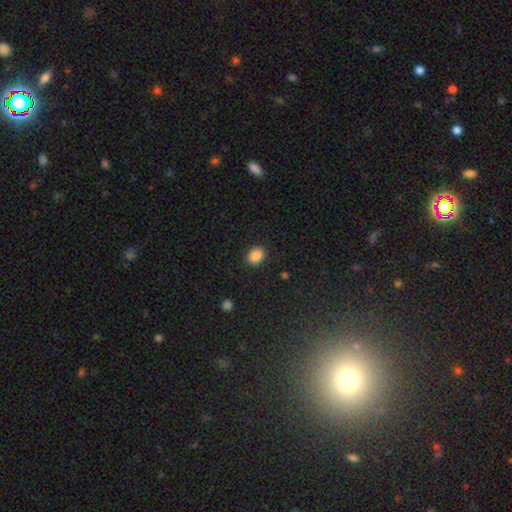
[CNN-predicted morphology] This is clearly a smooth galaxy (88%). How rounded: likely in between (62%). Merging: clearly none (88%).